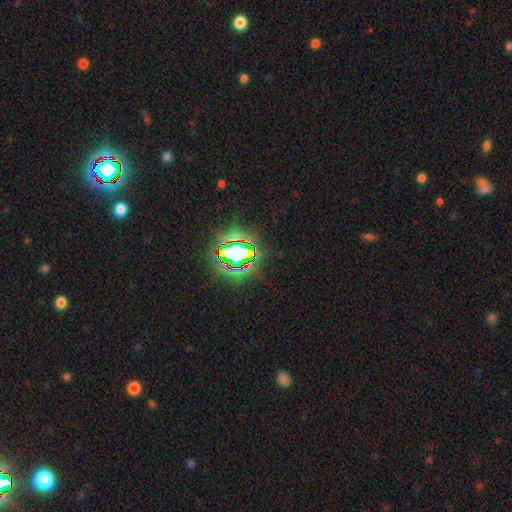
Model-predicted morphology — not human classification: type=star or artifact (81%).